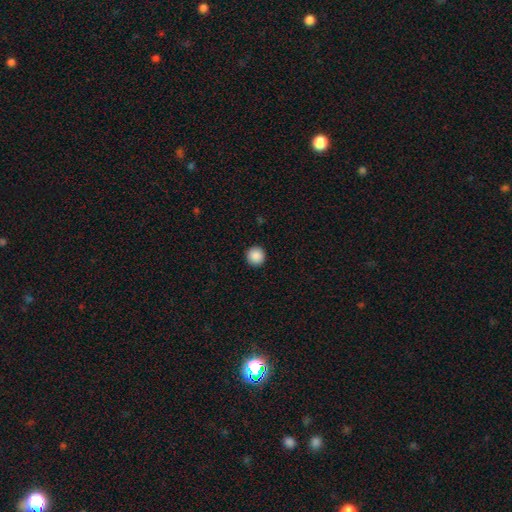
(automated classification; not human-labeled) Q: Smooth or featured?
A: smooth (89%); runner-up: star or artifact (9%)
Q: How rounded?
A: round (96%); runner-up: in between (4%)
Q: Merging?
A: none (93%); runner-up: minor disturbance (4%)